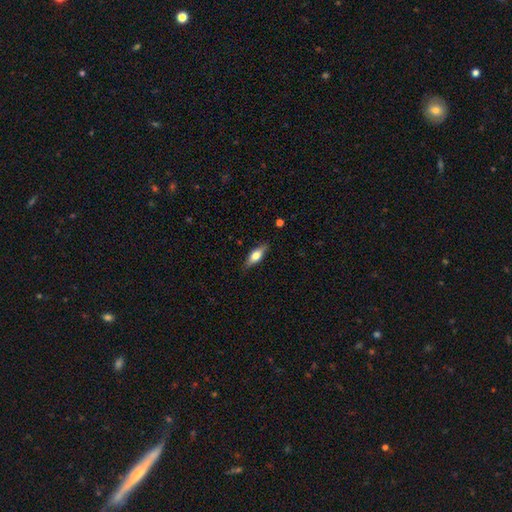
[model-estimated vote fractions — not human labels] Q: Smooth or featured?
A: smooth (58%); runner-up: featured or disk (35%)
Q: How rounded?
A: in between (61%); runner-up: cigar-shaped (36%)
Q: Merging?
A: none (84%); runner-up: minor disturbance (12%)